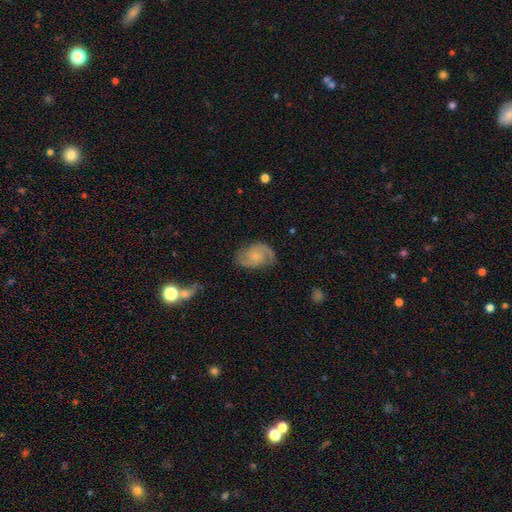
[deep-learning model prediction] A featured or disk galaxy (77%) with no bar (68%), 2 (88%) medium (52%) spiral arms (95%) and a small central bulge (61%). Merging: none (74%).